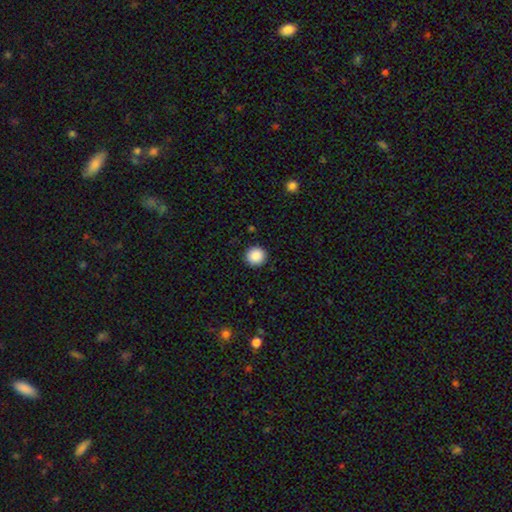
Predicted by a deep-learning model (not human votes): This appears to be a smooth galaxy with no disk features (89%) that is round (94%). Merging: none (93%).